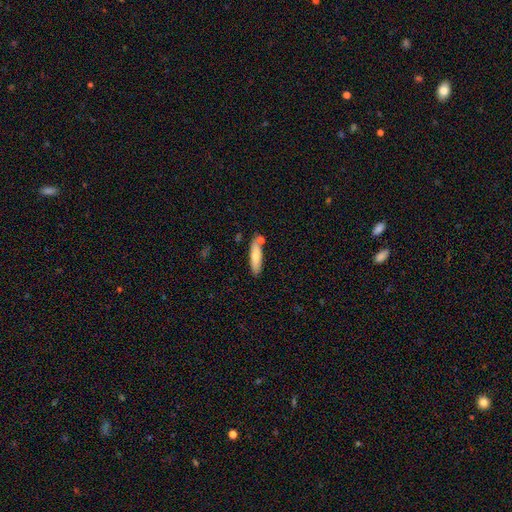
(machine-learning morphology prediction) The model was most divided on "how rounded": cigar-shaped: 65%, in between: 33%, round: 2%. More confident: smooth or featured — smooth (73%); merging — none (73%).